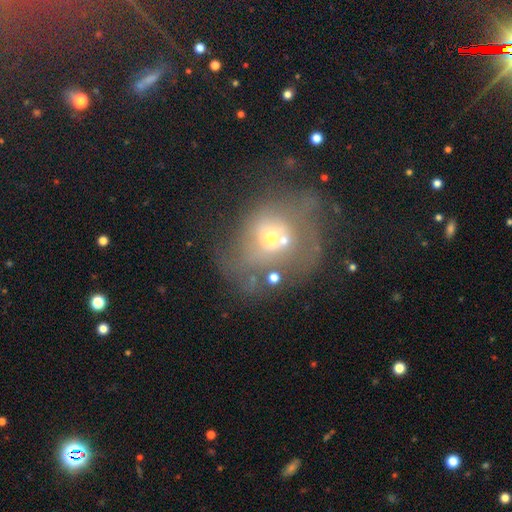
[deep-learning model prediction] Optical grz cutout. It shows a featured or disk galaxy (47%). Merging: none (51%).